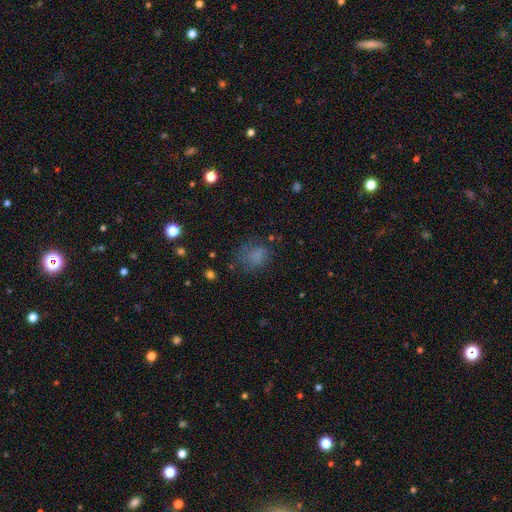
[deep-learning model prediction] A smooth galaxy with no disk features (71%) that is round (55%).

Vote fractions:
- Smooth or featured? smooth: 71% / star or artifact: 16% / featured or disk: 13%
- How rounded? round: 55% / in between: 44% / cigar-shaped: 1%
- Merging? none: 59% / minor disturbance: 22% / major disturbance: 16% / merger: 3%